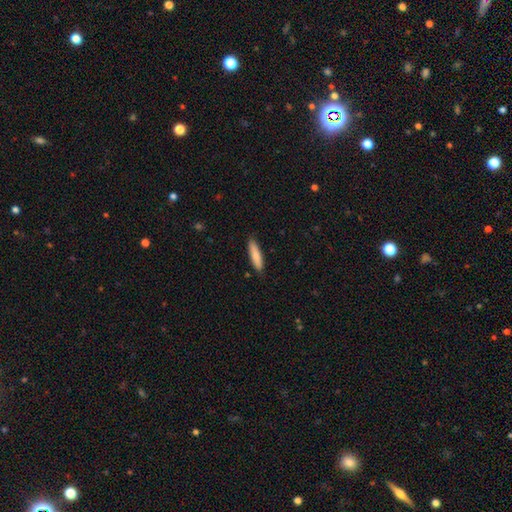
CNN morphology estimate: Smooth or featured?
  - smooth: 83% *
  - featured or disk: 12%
  - star or artifact: 5%
How rounded?
  - cigar-shaped: 77% *
  - in between: 22%
  - round: 1%
Merging?
  - none: 88% *
  - minor disturbance: 9%
  - major disturbance: 2%
  - merger: 1%